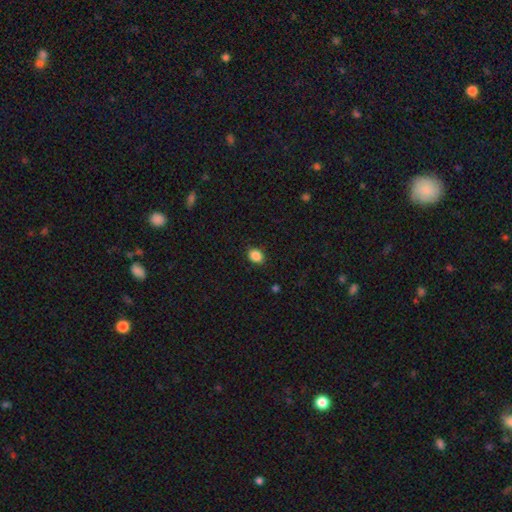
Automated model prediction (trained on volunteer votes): This is clearly a smooth galaxy (87%). How rounded: likely in between (62%). Merging: clearly none (88%).